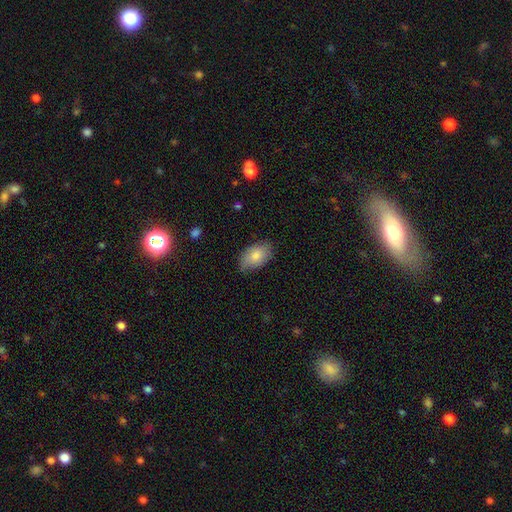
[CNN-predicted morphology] smooth 82%, featured or disk 12%, star or artifact 6%. Down the decision tree: how rounded — in between (93%); merging — none (75%).